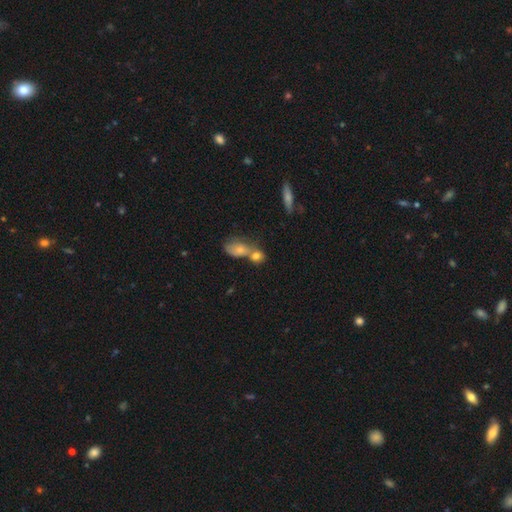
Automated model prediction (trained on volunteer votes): This is possibly a smooth galaxy (53%). How rounded: possibly in between (56%). Merging: marginally none (42%, tied with merger).